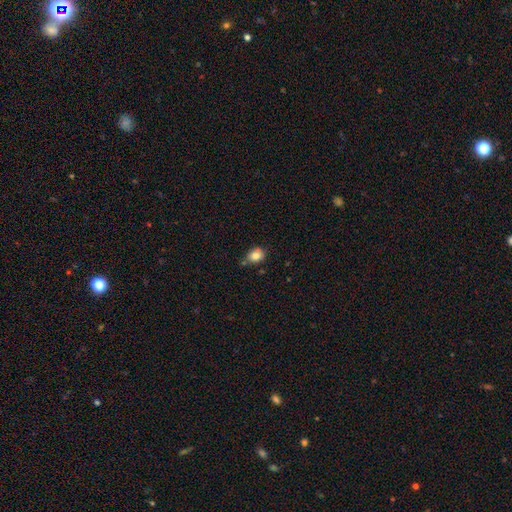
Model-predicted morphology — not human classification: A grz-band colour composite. It shows a smooth galaxy with no disk features (83%) that is in between round and cigar-shaped (58%). Merging: none (67%).